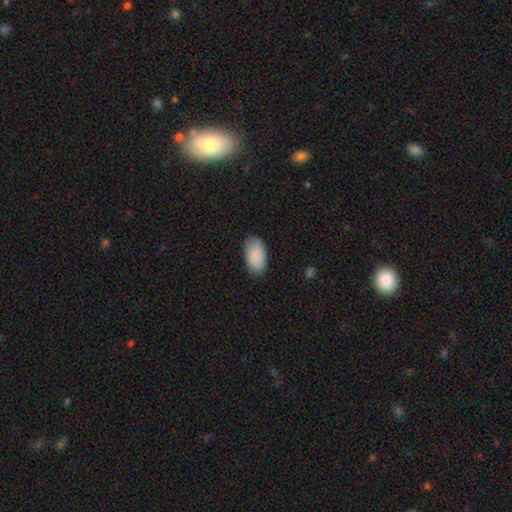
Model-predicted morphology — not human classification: Overall: smooth (89%). How rounded: in between (95%). Merging: none (84%).